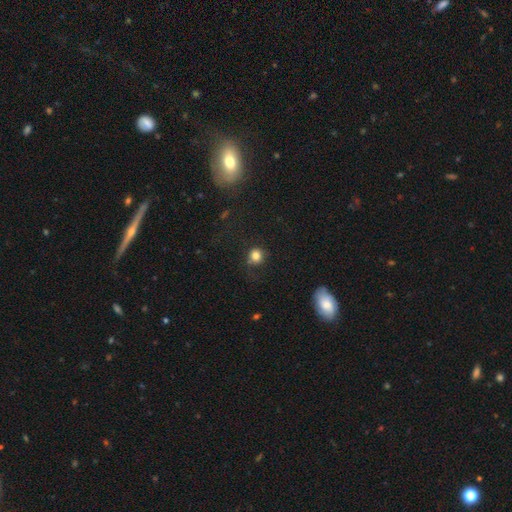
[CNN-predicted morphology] This is clearly a smooth galaxy (81%). How rounded: clearly round (86%). Merging: likely none (71%).